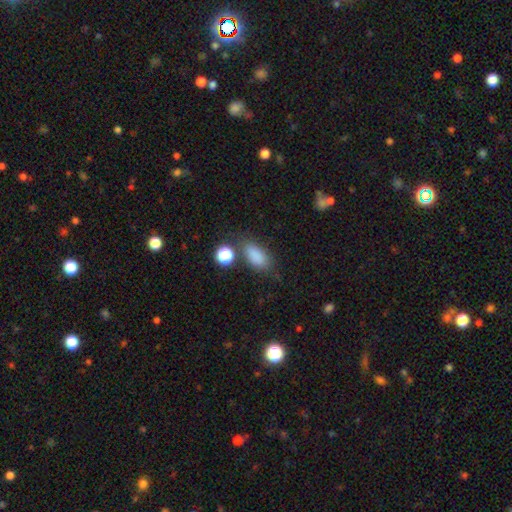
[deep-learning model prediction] Q: Smooth or featured?
A: smooth (84%); runner-up: star or artifact (11%)
Q: How rounded?
A: in between (85%); runner-up: round (9%)
Q: Merging?
A: none (71%); runner-up: minor disturbance (15%)